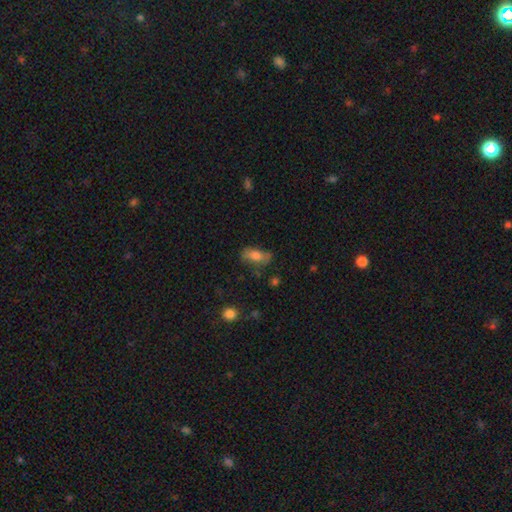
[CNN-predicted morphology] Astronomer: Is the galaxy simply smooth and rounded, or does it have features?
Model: smooth — 70%.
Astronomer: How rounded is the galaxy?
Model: in between — 83%.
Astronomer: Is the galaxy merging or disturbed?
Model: none — 60%.